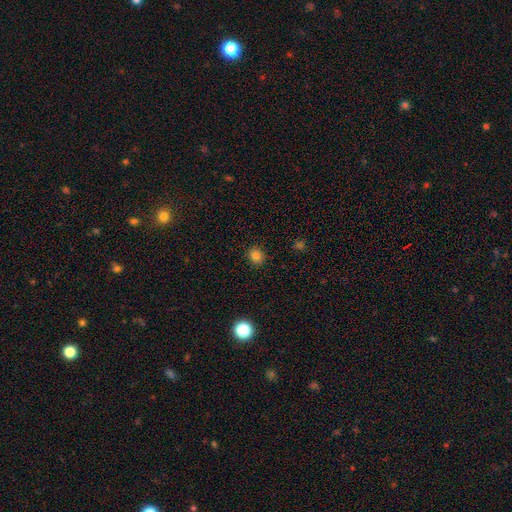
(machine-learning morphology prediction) Q: Smooth or featured?
A: smooth (81%); runner-up: star or artifact (14%)
Q: How rounded?
A: round (81%); runner-up: in between (18%)
Q: Merging?
A: none (90%); runner-up: minor disturbance (7%)